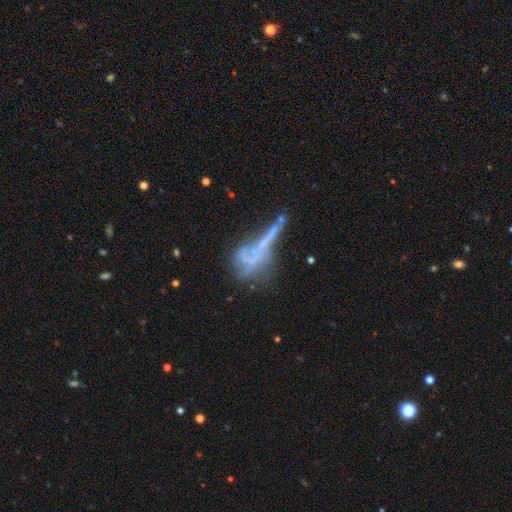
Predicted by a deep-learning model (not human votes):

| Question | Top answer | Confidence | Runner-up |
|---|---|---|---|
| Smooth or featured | featured or disk | 50% | smooth (26%) |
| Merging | merger | 30% | major disturbance (28%) |